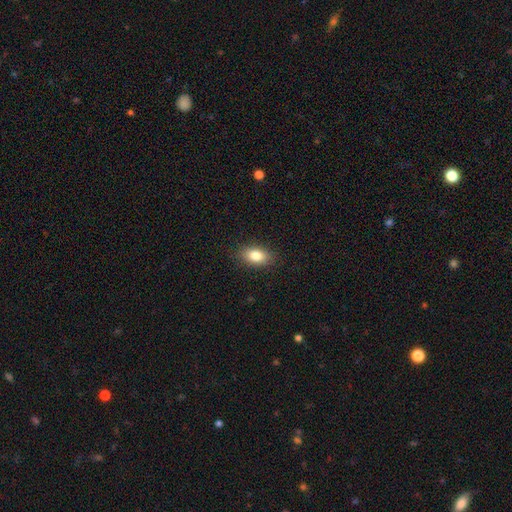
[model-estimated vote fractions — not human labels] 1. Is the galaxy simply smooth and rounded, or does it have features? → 84% smooth, 8% featured or disk, 8% star or artifact.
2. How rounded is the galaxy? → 89% in between, 8% round, 3% cigar-shaped.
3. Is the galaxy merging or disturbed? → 88% none, 9% minor disturbance, 2% major disturbance, 1% merger.